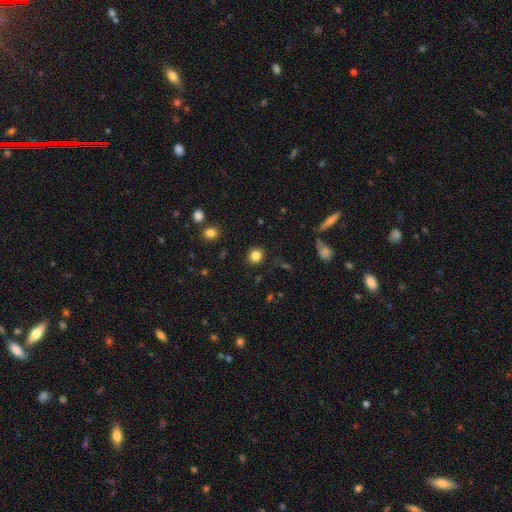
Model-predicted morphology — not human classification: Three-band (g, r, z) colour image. It shows a smooth galaxy with no disk features (83%) that is round (85%). Merging: none (89%).